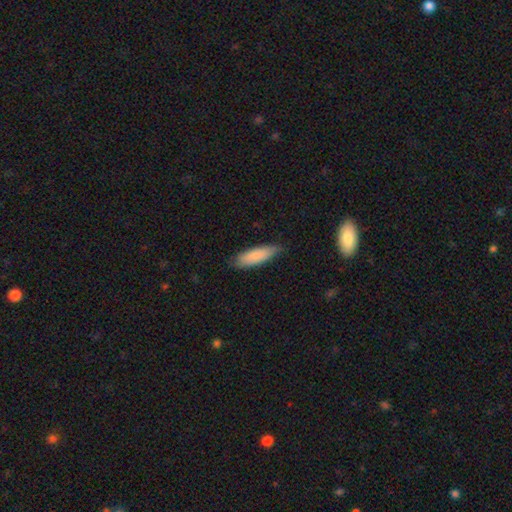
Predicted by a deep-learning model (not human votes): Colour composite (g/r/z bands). It shows a smooth galaxy with no disk features (86%) that is cigar-shaped (53%). Merging: none (78%).